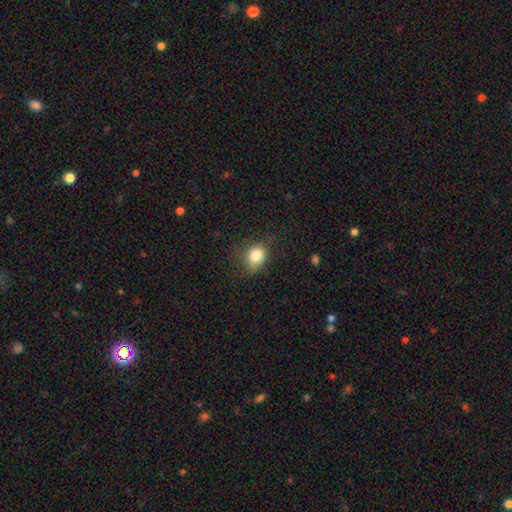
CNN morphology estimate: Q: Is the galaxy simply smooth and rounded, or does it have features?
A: smooth — 82%.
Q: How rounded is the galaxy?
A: in between — 57%.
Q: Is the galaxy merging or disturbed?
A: none — 67%.